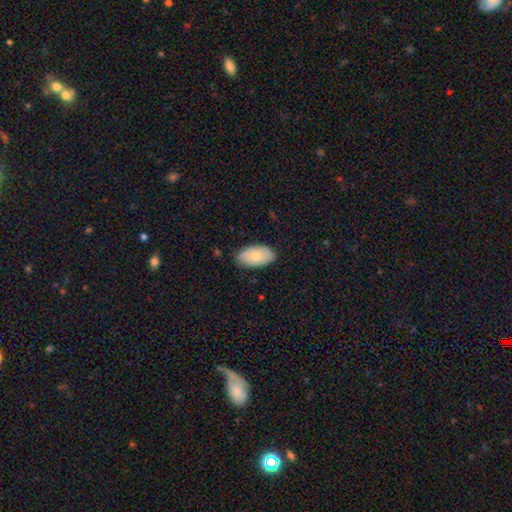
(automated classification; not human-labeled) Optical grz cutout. It shows a smooth galaxy with no disk features (77%) that is in between round and cigar-shaped (95%). Merging: none (78%).